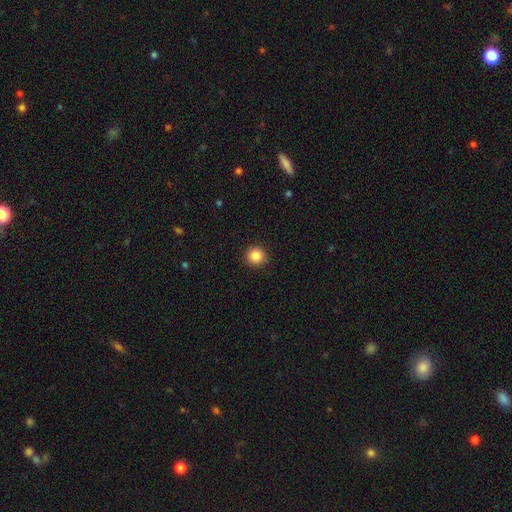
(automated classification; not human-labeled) A smooth galaxy with no disk features (87%) that is round (93%). Merging: none (92%).